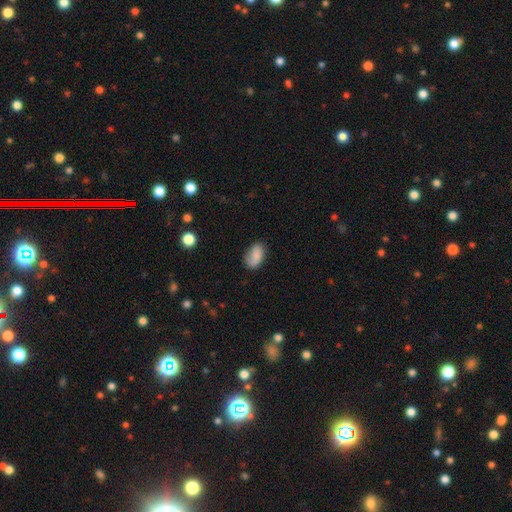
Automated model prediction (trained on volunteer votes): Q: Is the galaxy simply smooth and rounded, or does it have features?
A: smooth — 79%.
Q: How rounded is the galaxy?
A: in between — 91%.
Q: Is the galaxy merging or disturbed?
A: none — 62%.